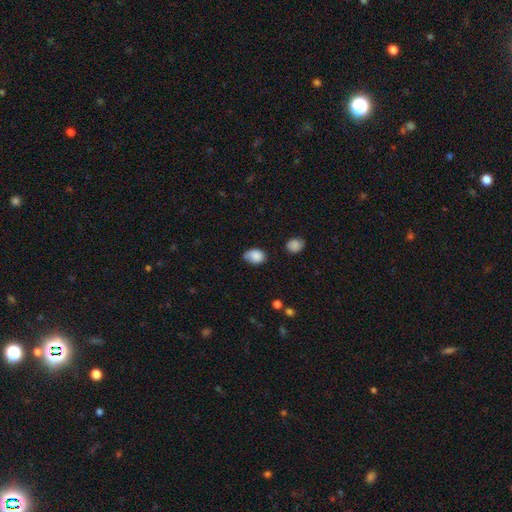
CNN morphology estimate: The model was most divided on "merging": none: 62%, minor disturbance: 30%, major disturbance: 5%, merger: 3%. More confident: smooth or featured — smooth (86%); how rounded — in between (76%).